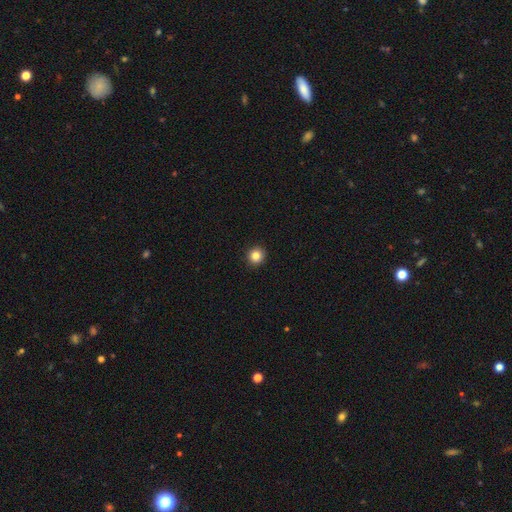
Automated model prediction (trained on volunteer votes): smooth_or_featured: smooth (p=0.84) [alt: star or artifact p=0.11]
how_rounded: round (p=0.94) [alt: in between p=0.05]
merging: none (p=0.93) [alt: minor disturbance p=0.04]